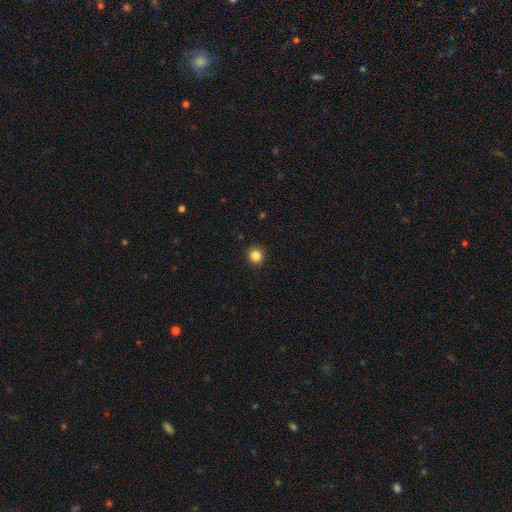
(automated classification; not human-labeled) Q: Smooth or featured?
A: smooth (85%); runner-up: star or artifact (11%)
Q: How rounded?
A: round (89%); runner-up: in between (10%)
Q: Merging?
A: none (92%); runner-up: minor disturbance (5%)